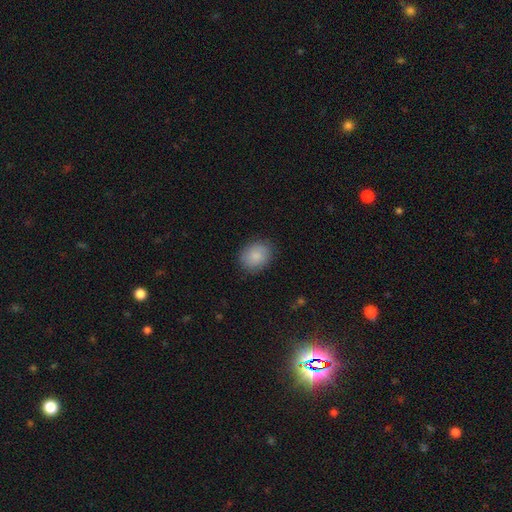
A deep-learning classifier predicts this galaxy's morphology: Smooth or featured? Predicted: smooth (p=0.85). How rounded? Predicted: in between (p=0.50). Merging? Predicted: none (p=0.84).